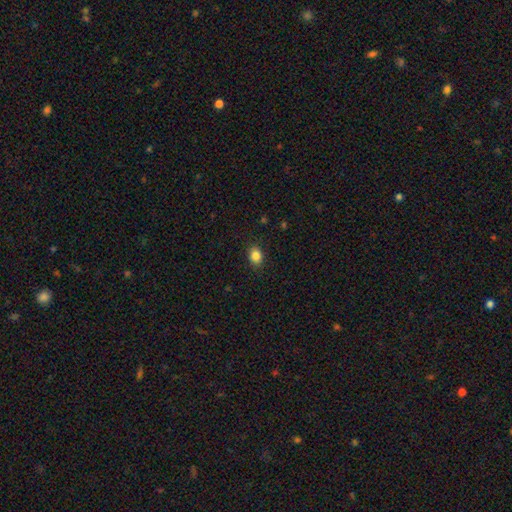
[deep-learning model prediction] Smooth or featured? Predicted: smooth (p=0.86). How rounded? Predicted: in between (p=0.50). Merging? Predicted: none (p=0.88).